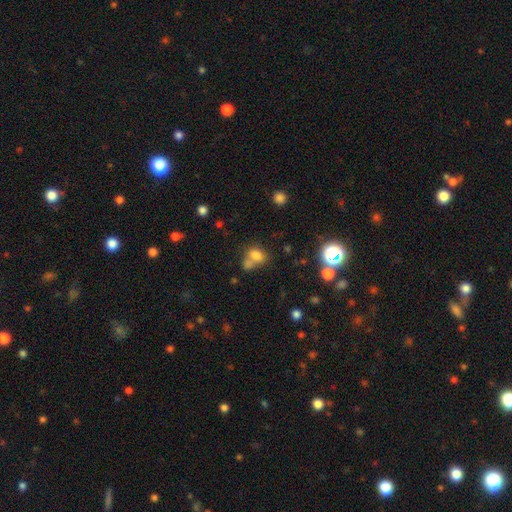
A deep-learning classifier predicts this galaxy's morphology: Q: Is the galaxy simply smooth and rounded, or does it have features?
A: smooth — 74%.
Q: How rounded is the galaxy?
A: in between — 55%.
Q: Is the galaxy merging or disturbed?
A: merger — 43%.